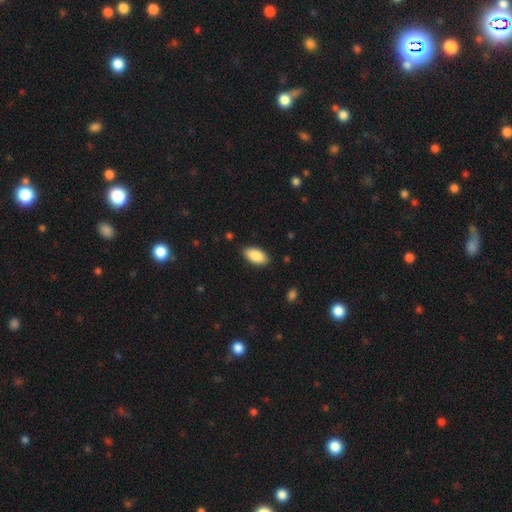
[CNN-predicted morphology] smooth_or_featured: smooth (p=0.89) [alt: star or artifact p=0.06]
how_rounded: in between (p=0.94) [alt: cigar-shaped p=0.04]
merging: none (p=0.86) [alt: minor disturbance p=0.11]